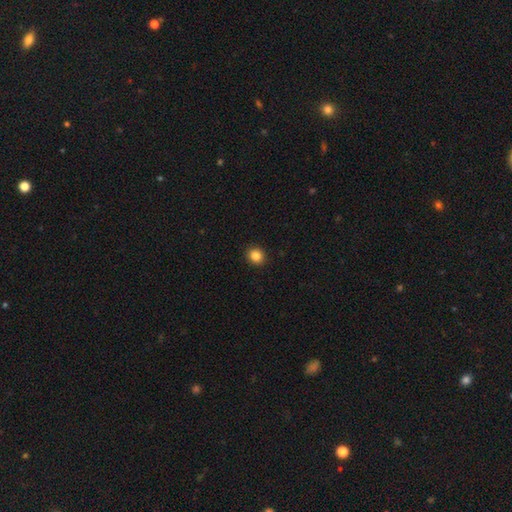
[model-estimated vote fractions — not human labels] Q: Smooth or featured?
A: smooth (86%); runner-up: star or artifact (10%)
Q: How rounded?
A: round (81%); runner-up: in between (18%)
Q: Merging?
A: none (92%); runner-up: minor disturbance (5%)